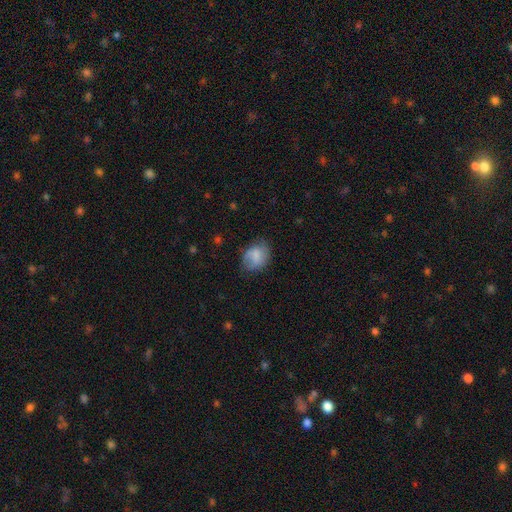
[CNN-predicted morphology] smooth 66%, featured or disk 26%, star or artifact 8%. Down the decision tree: how rounded — in between (58%); merging — none (63%).